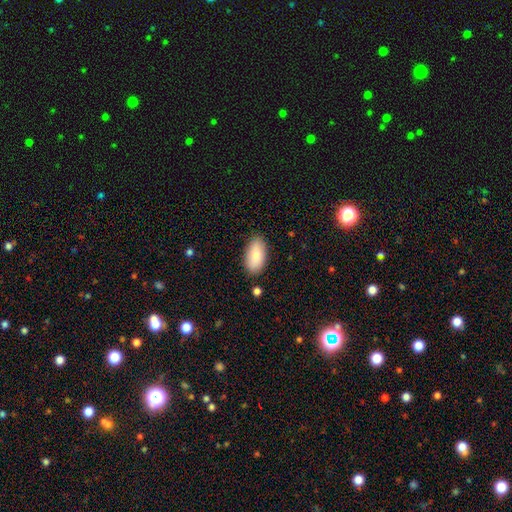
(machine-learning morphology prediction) Smooth or featured? Predicted: smooth (p=0.81). How rounded? Predicted: in between (p=0.93). Merging? Predicted: none (p=0.85).